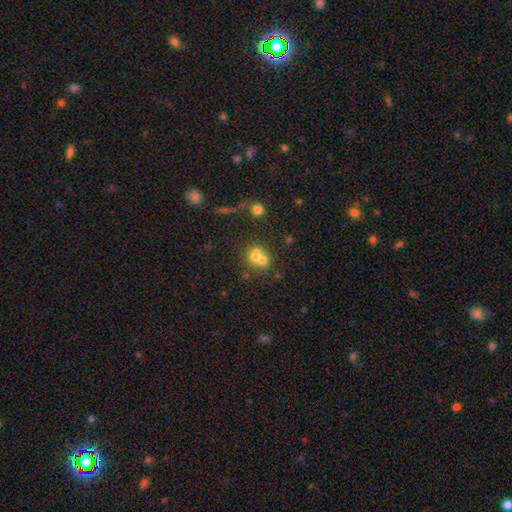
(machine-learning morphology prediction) A smooth galaxy with no disk features (62%) that is round (69%).

Vote fractions:
- Smooth or featured? smooth: 62% / featured or disk: 23% / star or artifact: 15%
- How rounded? round: 69% / in between: 30% / cigar-shaped: 1%
- Merging? merger: 61% / none: 28% / minor disturbance: 6% / major disturbance: 4%